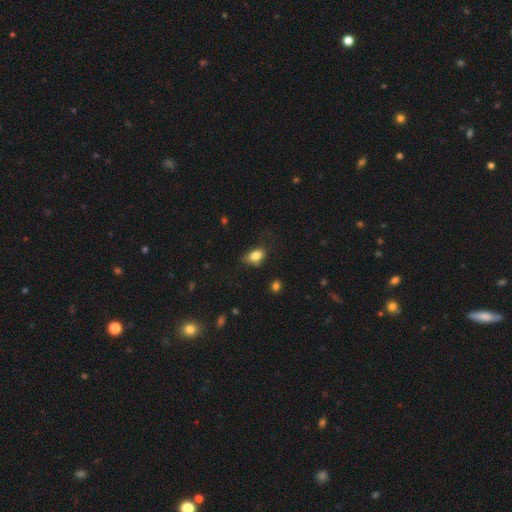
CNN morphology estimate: smooth-or-featured: smooth: 83% | star or artifact: 9% | featured or disk: 8%
  how-rounded: in between: 82% | round: 16% | cigar-shaped: 2%
  merging: none: 55% | minor disturbance: 32% | major disturbance: 11% | merger: 2%